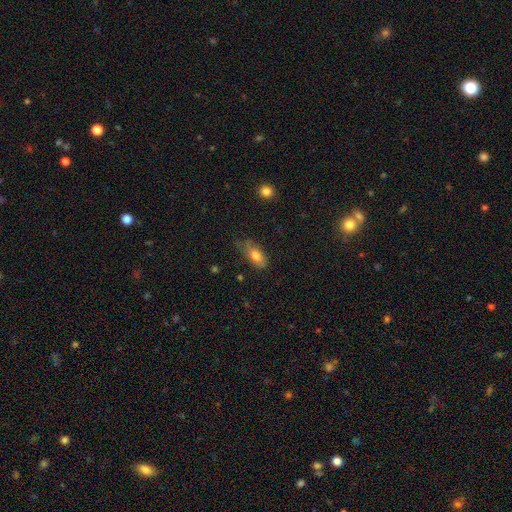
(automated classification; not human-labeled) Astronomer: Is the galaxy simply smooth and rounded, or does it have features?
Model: smooth — 76%.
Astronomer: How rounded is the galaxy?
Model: in between — 85%.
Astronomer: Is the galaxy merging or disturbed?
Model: none — 58%.